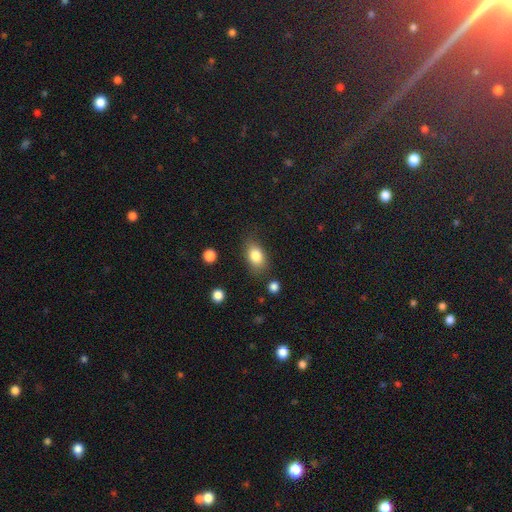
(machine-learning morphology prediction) smooth 83%, featured or disk 9%, star or artifact 9%. Down the decision tree: how rounded — in between (82%); merging — none (76%).